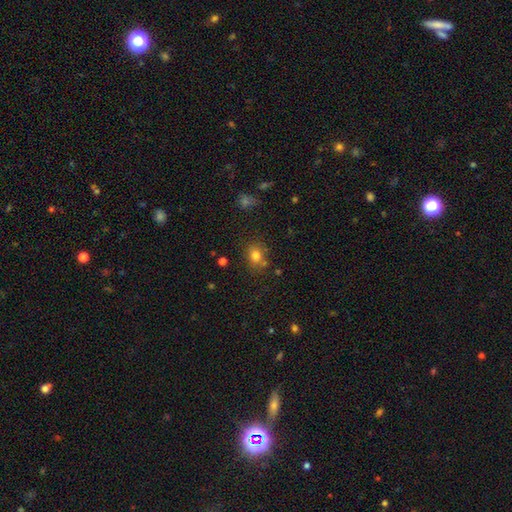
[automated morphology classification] Smooth or featured?
  - smooth: 79% *
  - star or artifact: 13%
  - featured or disk: 8%
How rounded?
  - round: 54% *
  - in between: 45%
  - cigar-shaped: 1%
Merging?
  - none: 72% *
  - minor disturbance: 15%
  - merger: 9%
  - major disturbance: 5%